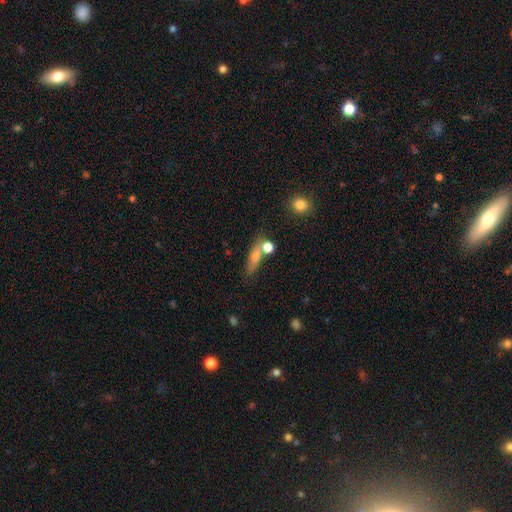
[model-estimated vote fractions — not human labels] Smooth or featured? Predicted: smooth (p=0.62). How rounded? Predicted: cigar-shaped (p=0.49). Merging? Predicted: none (p=0.56).